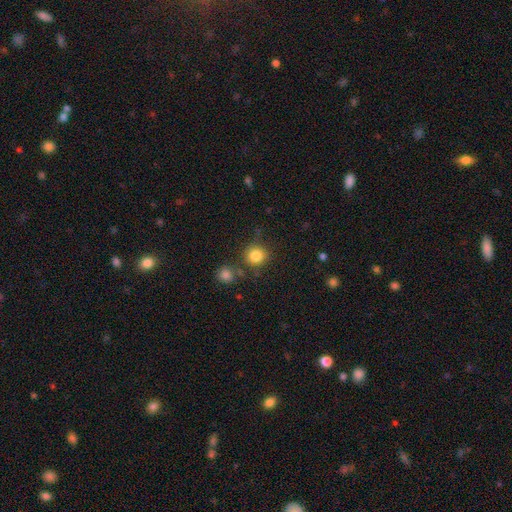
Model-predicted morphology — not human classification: Smooth or featured: smooth — 84% (star or artifact — 11%)
How rounded: round — 91% (in between — 8%)
Merging: none — 79% (minor disturbance — 10%)